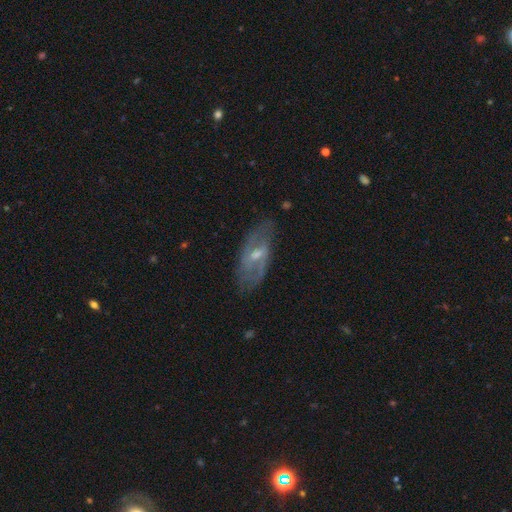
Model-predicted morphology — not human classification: This is likely a featured or disk galaxy (75%). It is clearly not viewed edge-on (88%). Bar: possibly weak (52%). Spiral arm pattern: likely yes (79%). Spiral arm count: likely 2 (68%). Spiral winding: marginally medium (43%). Central bulge: possibly small (48%). Merging: likely none (74%).